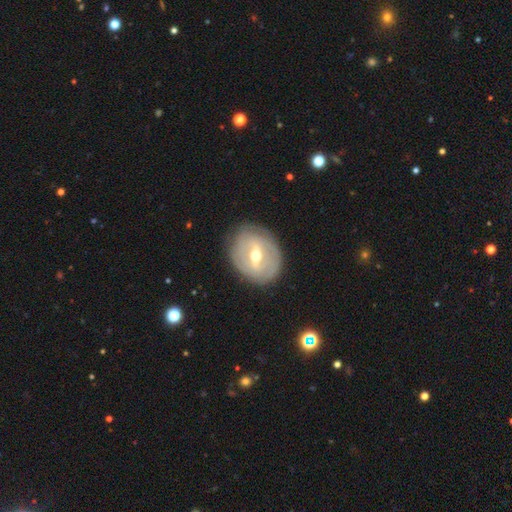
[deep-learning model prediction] A featured or disk galaxy (73%) with a strong bar (43%, tied with weak), spiral arms (58%) and a moderate central bulge (65%).

Vote fractions:
- Smooth or featured? featured or disk: 73% / smooth: 21% / star or artifact: 7%
- Edge-on disk? no: 93% / yes: 7%
- Bar? strong: 43% (tied) / weak: 43% (tied) / no: 13%
- Spiral arms? yes: 58% / no: 42%
- Bulge size? moderate: 65% / small: 31% / large: 3% / none: 1% / dominant: 1%
- Merging? none: 82% / minor disturbance: 13% / major disturbance: 4% / merger: 1%